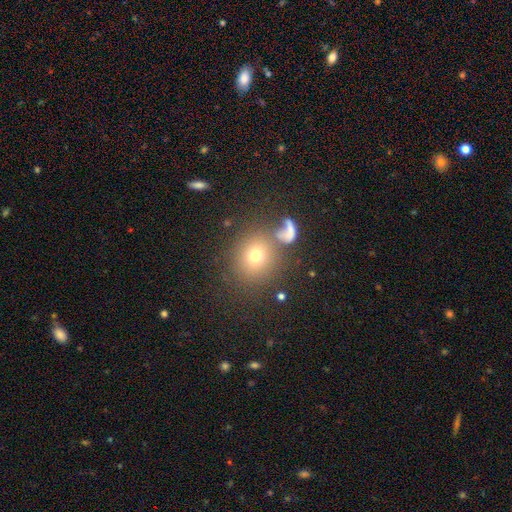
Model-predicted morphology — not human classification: This is likely a smooth galaxy (70%). How rounded: clearly round (84%). Merging: likely none (71%).